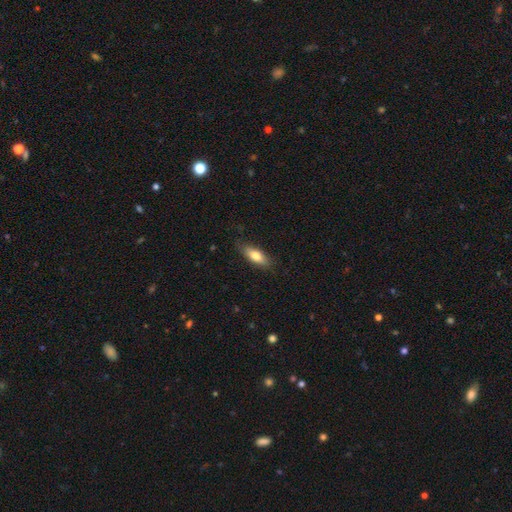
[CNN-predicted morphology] smooth 74%, featured or disk 20%, star or artifact 6%. Down the decision tree: how rounded — in between (69%); merging — none (79%).